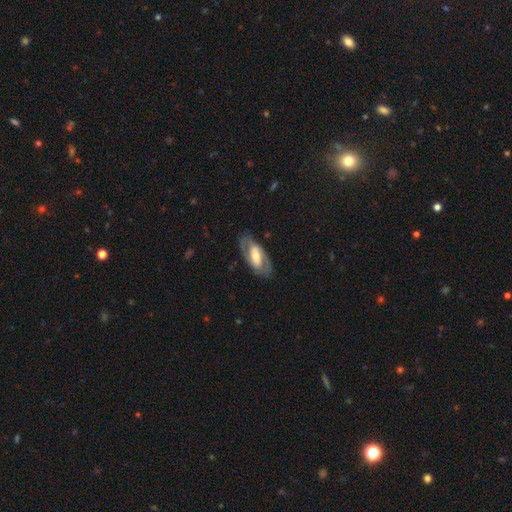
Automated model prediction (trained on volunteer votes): Smooth or featured? Predicted: featured or disk (p=0.67). Edge-on disk? Predicted: no (p=0.90). Bar? Predicted: strong (p=0.37). Spiral arms? Predicted: yes (p=0.68). Bulge size? Predicted: moderate (p=0.55). Merging? Predicted: none (p=0.77).